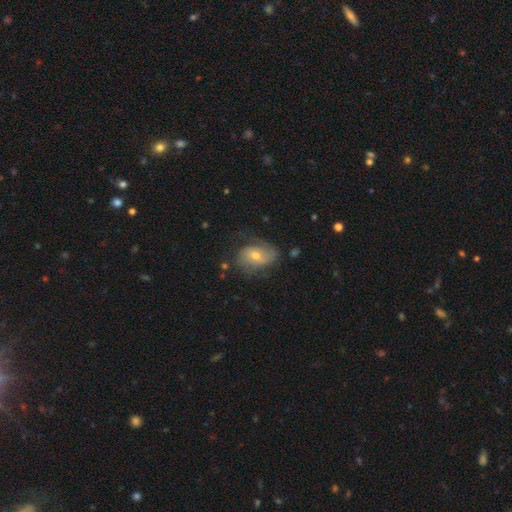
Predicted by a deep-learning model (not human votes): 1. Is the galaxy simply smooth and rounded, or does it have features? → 61% featured or disk, 32% smooth, 8% star or artifact.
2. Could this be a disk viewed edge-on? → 95% no, 5% yes.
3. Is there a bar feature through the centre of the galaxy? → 45% no, 43% weak, 12% strong.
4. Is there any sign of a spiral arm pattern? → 82% yes, 18% no.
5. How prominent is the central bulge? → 56% moderate, 39% small, 3% large, 1% none, 1% dominant.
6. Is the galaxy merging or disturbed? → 56% none, 26% minor disturbance, 17% major disturbance, 2% merger.